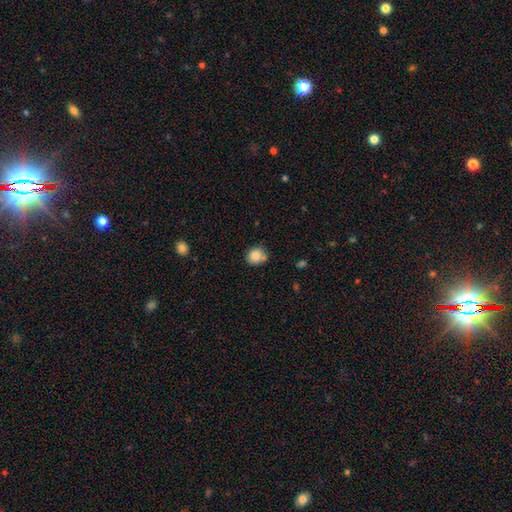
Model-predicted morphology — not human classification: smooth_or_featured: smooth (p=0.85) [alt: star or artifact p=0.09]
how_rounded: round (p=0.77) [alt: in between p=0.22]
merging: none (p=0.67) [alt: minor disturbance p=0.17]